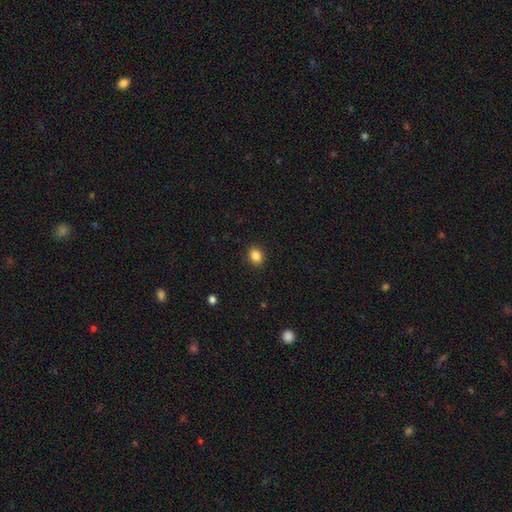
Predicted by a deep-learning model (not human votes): A smooth galaxy with no disk features (86%) that is round (55%).

Vote fractions:
- Smooth or featured? smooth: 86% / star or artifact: 10% / featured or disk: 4%
- How rounded? round: 55% / in between: 44% / cigar-shaped: 1%
- Merging? none: 90% / minor disturbance: 7% / major disturbance: 2% / merger: 1%